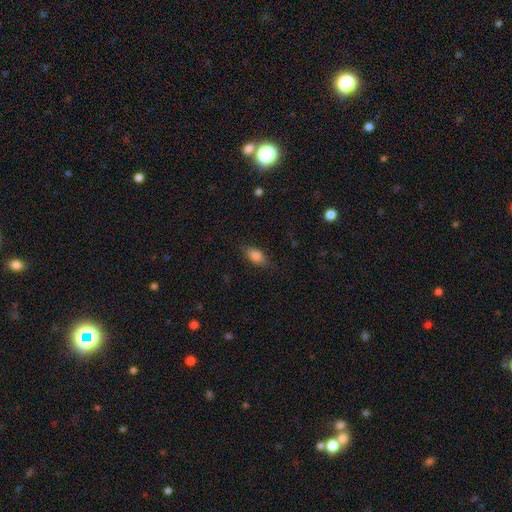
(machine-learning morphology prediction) This is clearly a smooth galaxy (81%). How rounded: clearly in between (85%). Merging: clearly none (81%).